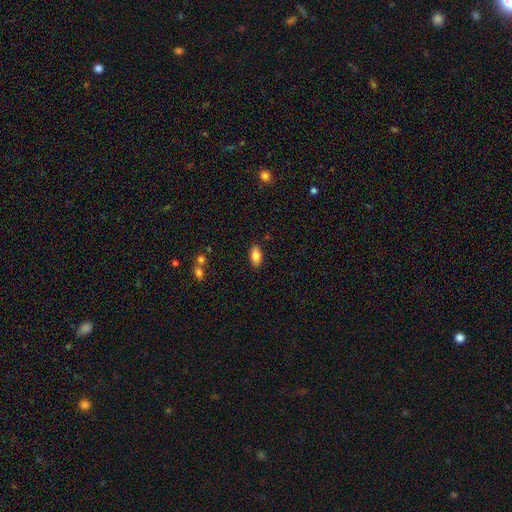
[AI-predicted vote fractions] smooth_or_featured: smooth (p=0.85) [alt: featured or disk p=0.08]
how_rounded: in between (p=0.91) [alt: cigar-shaped p=0.06]
merging: none (p=0.87) [alt: minor disturbance p=0.09]